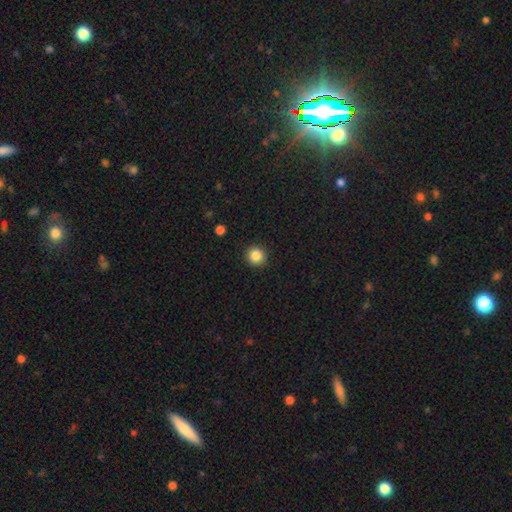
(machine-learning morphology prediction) smooth 86%, star or artifact 10%, featured or disk 4%. Down the decision tree: how rounded — round (93%); merging — none (92%).